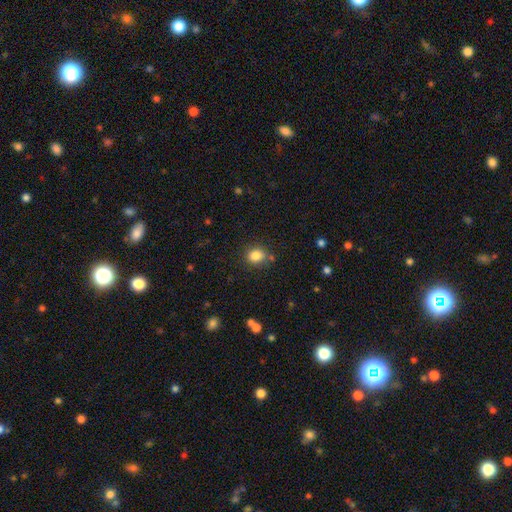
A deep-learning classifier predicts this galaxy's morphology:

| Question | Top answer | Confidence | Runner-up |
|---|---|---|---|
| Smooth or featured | smooth | 84% | star or artifact (11%) |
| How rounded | round | 64% | in between (35%) |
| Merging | none | 75% | minor disturbance (14%) |